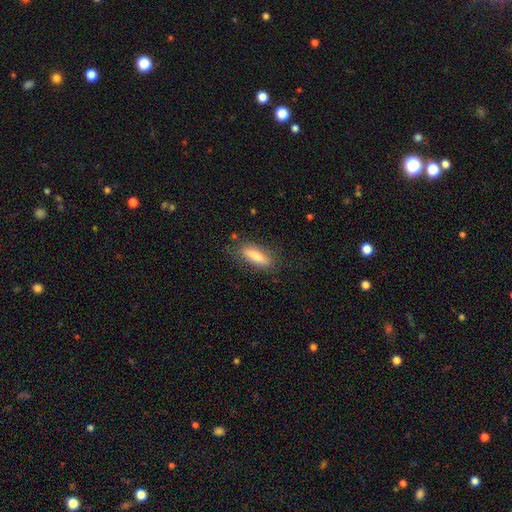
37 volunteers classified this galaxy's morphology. This is likely a smooth galaxy (65%). How rounded: possibly cigar-shaped (54%). Merging: clearly none (86%).